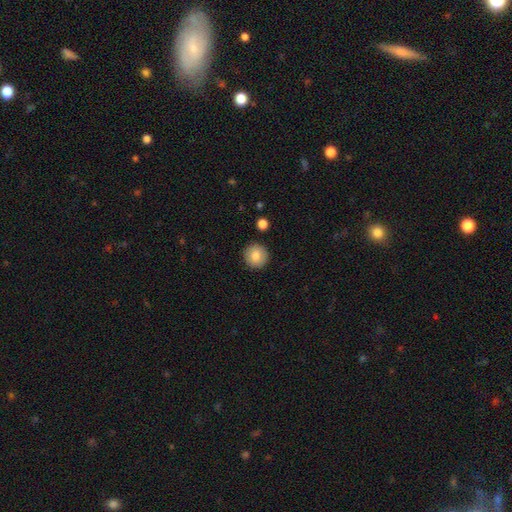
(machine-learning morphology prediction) A smooth galaxy with no disk features (83%) that is round (95%).

Vote fractions:
- Smooth or featured? smooth: 83% / featured or disk: 10% / star or artifact: 8%
- How rounded? round: 95% / in between: 4% / cigar-shaped: 1%
- Merging? none: 91% / minor disturbance: 6% / major disturbance: 2% / merger: 2%